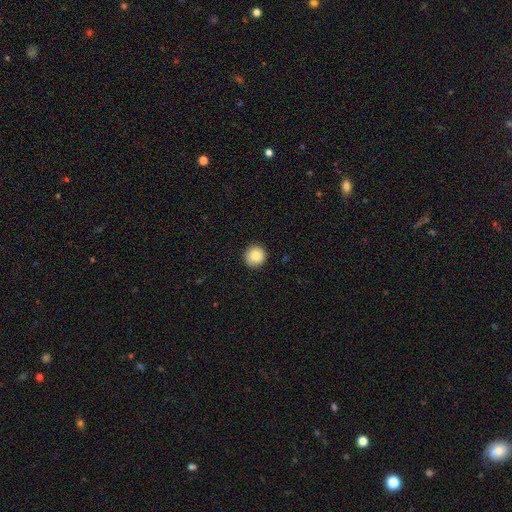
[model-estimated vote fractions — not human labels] A smooth galaxy with no disk features (82%) that is round (95%). Merging: none (92%).